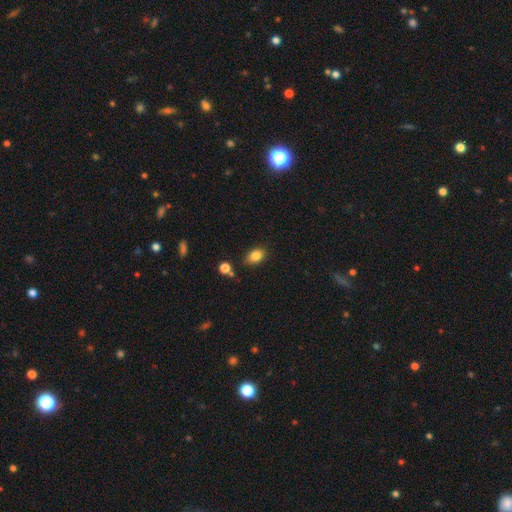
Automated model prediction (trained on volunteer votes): Smooth or featured? smooth (84%)
How rounded? in between (80%)
Merging? none (79%)